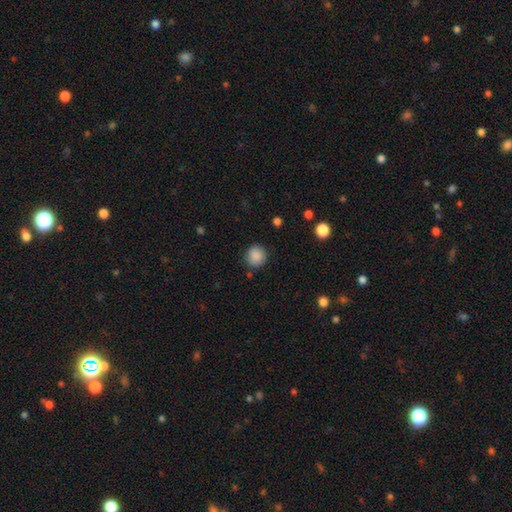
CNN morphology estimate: type=smooth (88%); roundness=round (89%); merging=none (86%).